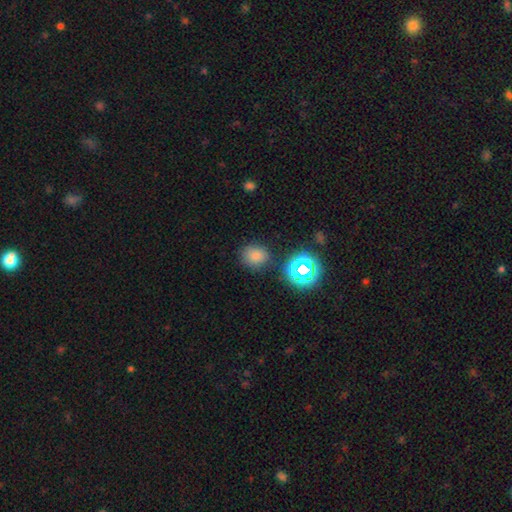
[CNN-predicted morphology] Smooth or featured?
  - smooth: 72% *
  - star or artifact: 21%
  - featured or disk: 7%
How rounded?
  - round: 71% *
  - in between: 28%
  - cigar-shaped: 1%
Merging?
  - none: 82% *
  - minor disturbance: 11%
  - major disturbance: 3%
  - merger: 3%